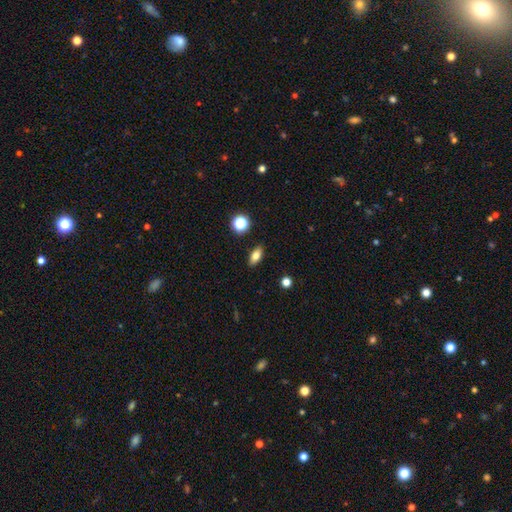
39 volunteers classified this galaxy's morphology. Smooth or featured? 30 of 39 (77%) said smooth. How rounded? 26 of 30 (87%) said in between. Merging? 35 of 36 (97%) said none.